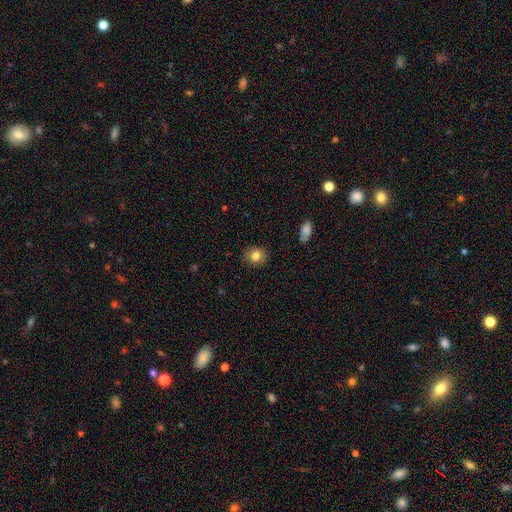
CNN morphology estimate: Smooth or featured: smooth — 82% (star or artifact — 10%)
How rounded: round — 74% (in between — 25%)
Merging: none — 86% (minor disturbance — 10%)